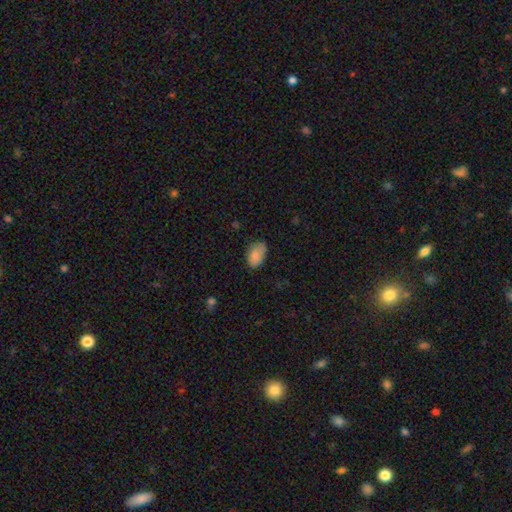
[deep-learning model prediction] smooth_or_featured: smooth (p=0.83) [alt: featured or disk p=0.10]
how_rounded: in between (p=0.89) [alt: round p=0.10]
merging: none (p=0.65) [alt: minor disturbance p=0.27]